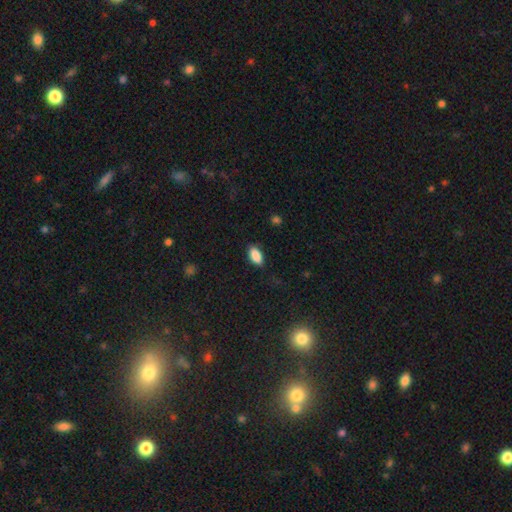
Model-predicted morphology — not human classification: smooth_or_featured: smooth (p=0.88) [alt: star or artifact p=0.08]
how_rounded: in between (p=0.91) [alt: cigar-shaped p=0.05]
merging: none (p=0.81) [alt: minor disturbance p=0.15]